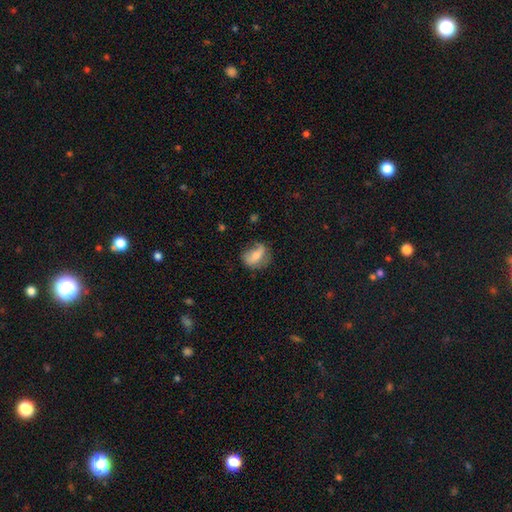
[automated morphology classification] The model was most divided on "smooth or featured": smooth: 53%, featured or disk: 39%, star or artifact: 8%. Remaining: how rounded — in between (70%); merging — none (49%).